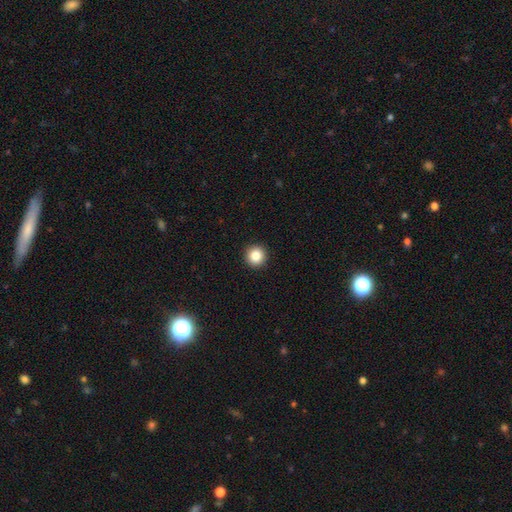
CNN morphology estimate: Smooth or featured: smooth — 85% (star or artifact — 10%)
How rounded: round — 96% (in between — 4%)
Merging: none — 94% (minor disturbance — 4%)